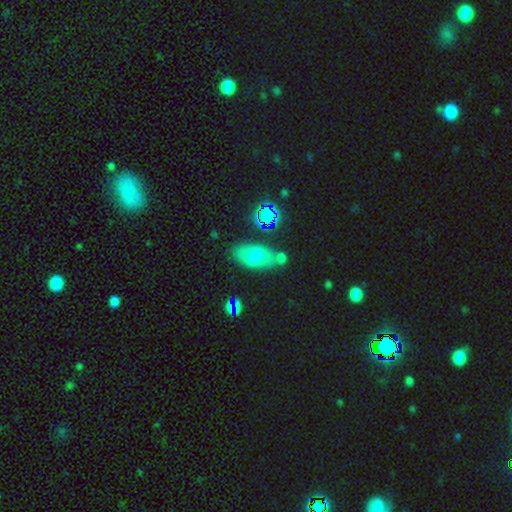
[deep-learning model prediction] This is likely a smooth galaxy (63%). How rounded: clearly in between (88%). Merging: likely none (70%).